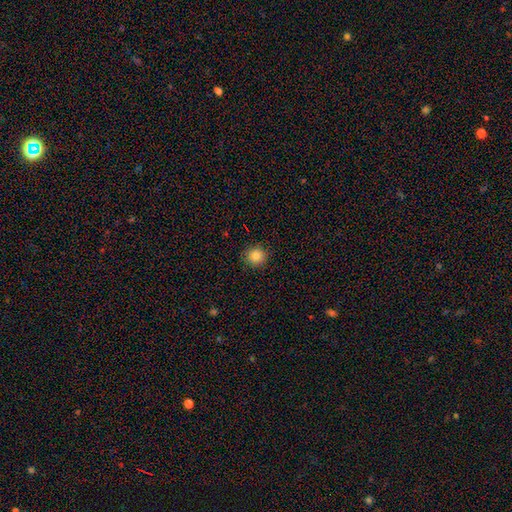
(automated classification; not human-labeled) Smooth or featured? smooth (84%)
How rounded? round (91%)
Merging? none (91%)